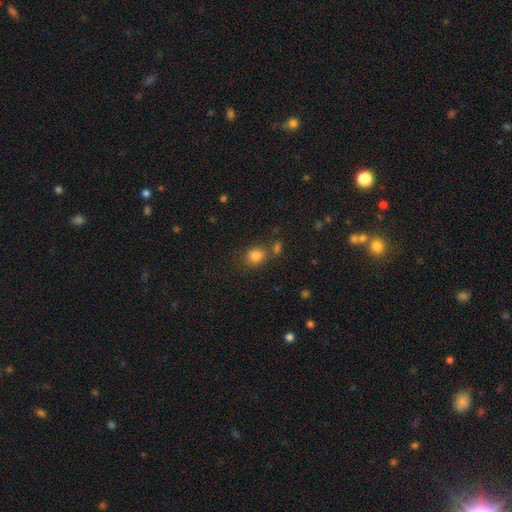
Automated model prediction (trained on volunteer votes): Overall: smooth (83%). How rounded: round (50%; in between 49%). Merging: none (56%; merger 22%).